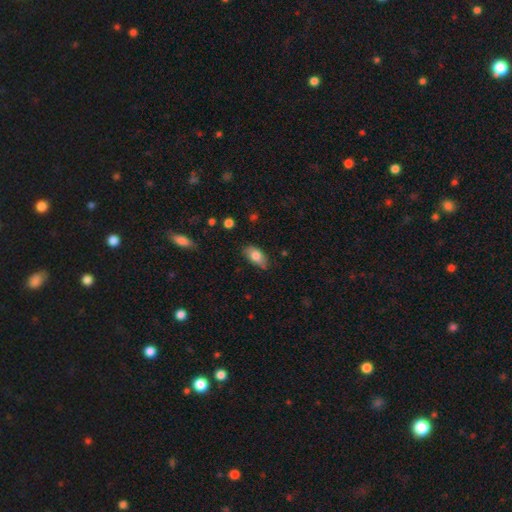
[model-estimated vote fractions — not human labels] Smooth or featured?
  - smooth: 78% *
  - featured or disk: 14%
  - star or artifact: 7%
How rounded?
  - in between: 90% *
  - cigar-shaped: 5%
  - round: 5%
Merging?
  - none: 71% *
  - minor disturbance: 24%
  - major disturbance: 4%
  - merger: 2%